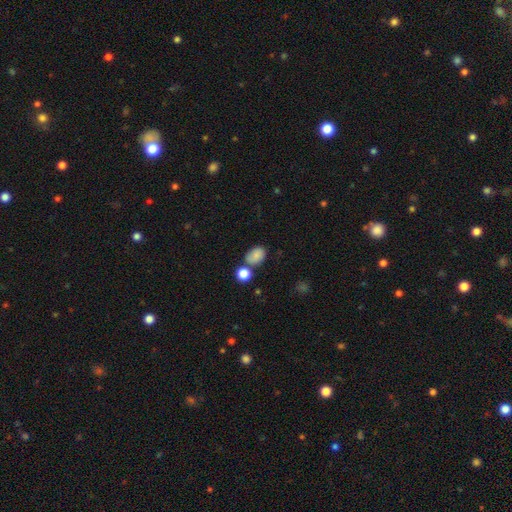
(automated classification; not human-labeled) Overall: smooth (81%). How rounded: in between (74%). Merging: none (58%; merger 19%).